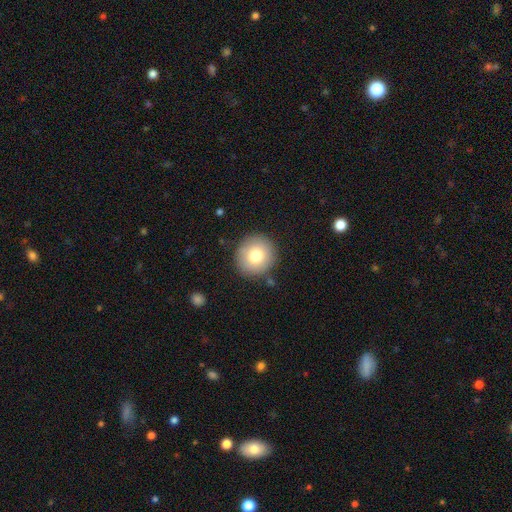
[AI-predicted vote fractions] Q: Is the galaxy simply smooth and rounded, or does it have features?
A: smooth — 78%.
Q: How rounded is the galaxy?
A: round — 94%.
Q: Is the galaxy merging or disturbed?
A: none — 88%.